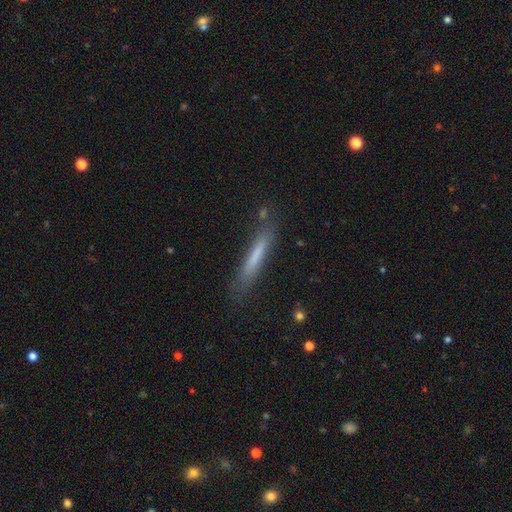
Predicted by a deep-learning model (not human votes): This is likely a smooth galaxy (66%). How rounded: clearly cigar-shaped (94%). Merging: clearly none (81%).